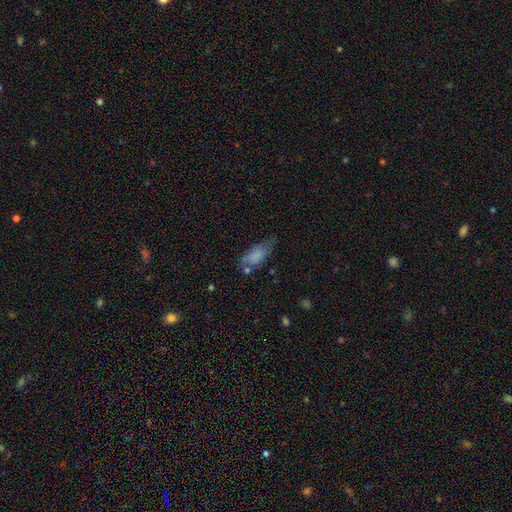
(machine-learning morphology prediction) Overall: smooth (71%). How rounded: in between (82%). Merging: none (43%; minor disturbance 32%).